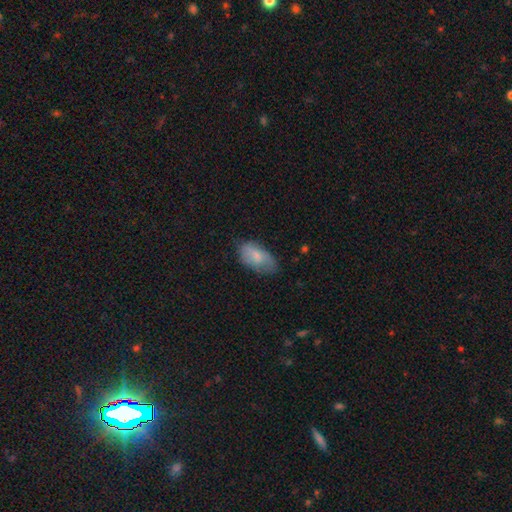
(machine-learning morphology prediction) smooth_or_featured: smooth (p=0.75) [alt: featured or disk p=0.19]
how_rounded: in between (p=0.94) [alt: round p=0.03]
merging: none (p=0.62) [alt: minor disturbance p=0.29]